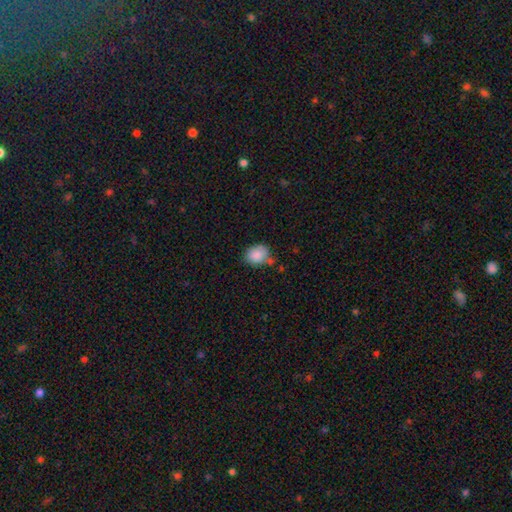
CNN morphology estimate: Smooth or featured? Predicted: smooth (p=0.87). How rounded? Predicted: round (p=0.51). Merging? Predicted: none (p=0.63).